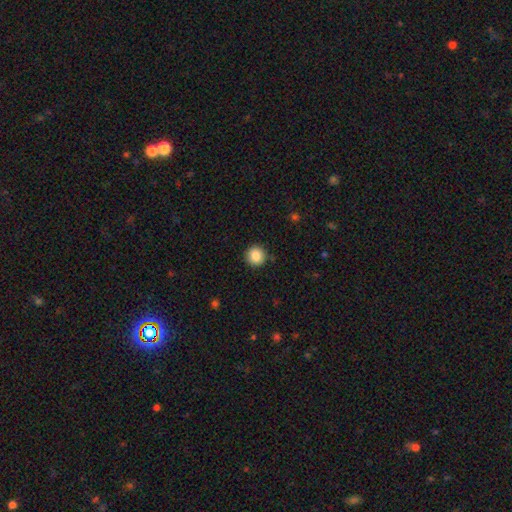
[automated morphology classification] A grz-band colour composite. It shows a smooth galaxy with no disk features (86%) that is round (95%). Merging: none (90%).